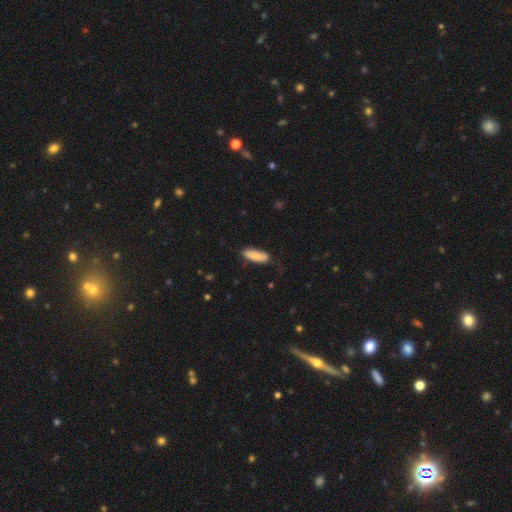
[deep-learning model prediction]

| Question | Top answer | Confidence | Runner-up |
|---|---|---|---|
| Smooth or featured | smooth | 83% | featured or disk (10%) |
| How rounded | in between | 55% | cigar-shaped (43%) |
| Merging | none | 70% | minor disturbance (22%) |